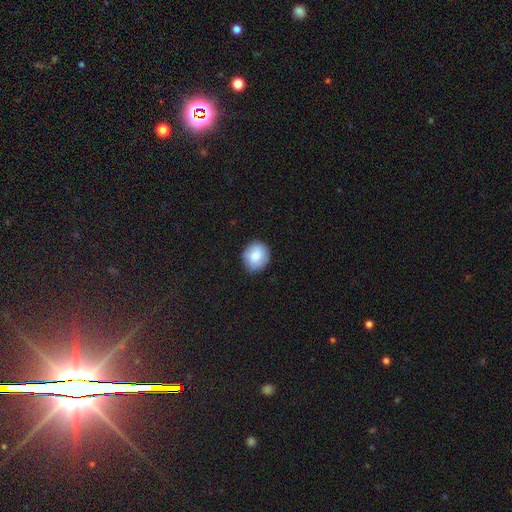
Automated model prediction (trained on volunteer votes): A smooth galaxy with no disk features (82%) that is round (78%). Merging: none (85%).